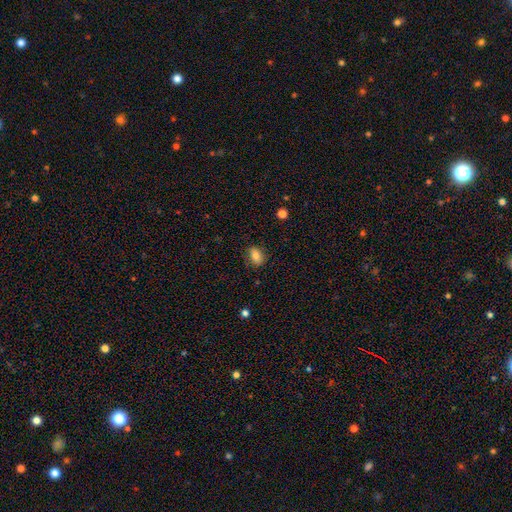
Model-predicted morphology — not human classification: This appears to be a smooth galaxy with no disk features (80%) that is in between round and cigar-shaped (76%). Merging: none (83%).